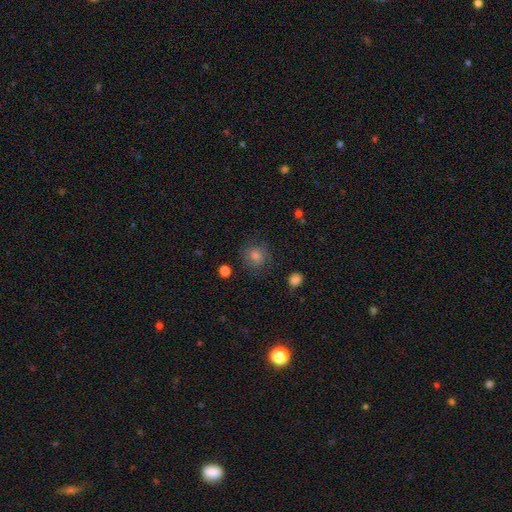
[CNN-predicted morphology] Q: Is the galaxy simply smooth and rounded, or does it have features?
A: smooth — 62%.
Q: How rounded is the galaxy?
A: round — 85%.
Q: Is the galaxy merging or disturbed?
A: none — 80%.